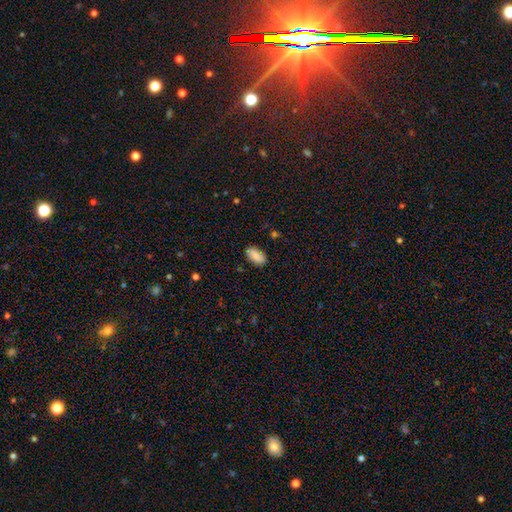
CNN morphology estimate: smooth_or_featured: smooth (p=0.86) [alt: featured or disk p=0.07]
how_rounded: in between (p=0.94) [alt: round p=0.03]
merging: none (p=0.85) [alt: minor disturbance p=0.11]